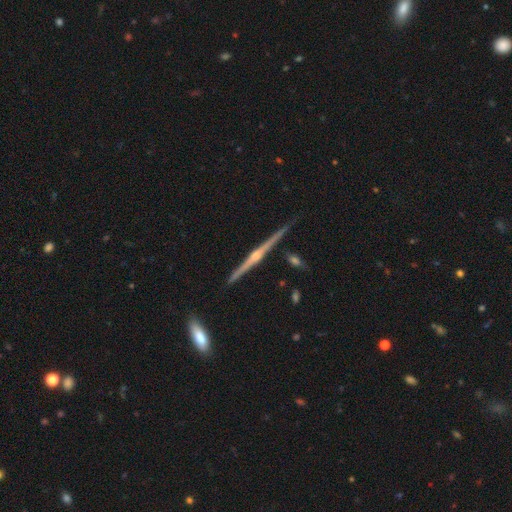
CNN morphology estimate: Overall: featured or disk (86%). Edge-on disk: yes (99%). Edge-on bulge: rounded (88%). Merging: none (88%).